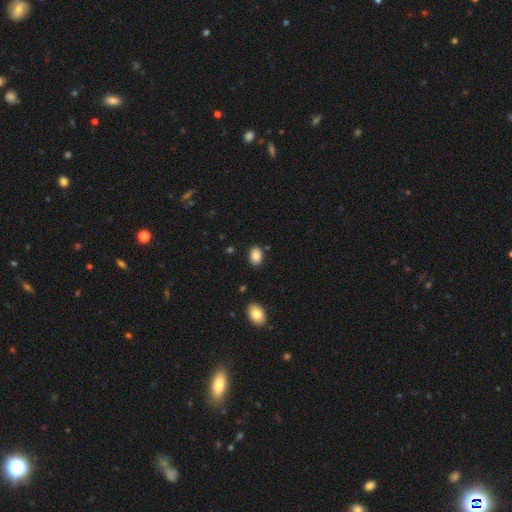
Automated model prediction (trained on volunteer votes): Overall: smooth (85%). How rounded: in between (81%). Merging: none (86%).